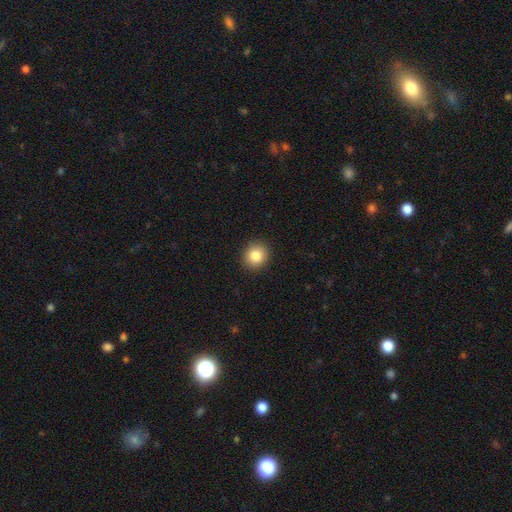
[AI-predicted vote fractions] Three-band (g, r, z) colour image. It shows a smooth galaxy with no disk features (84%) that is round (83%). Merging: none (91%).